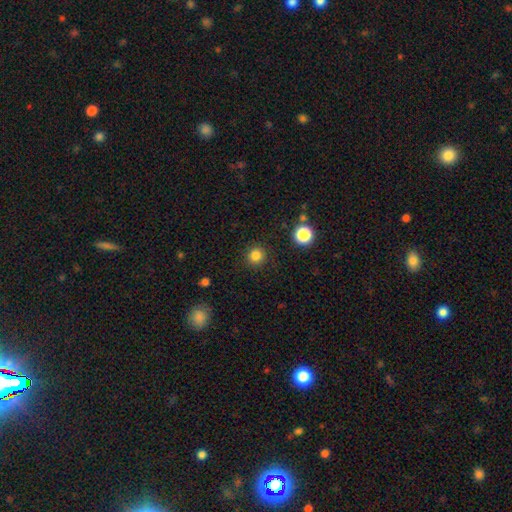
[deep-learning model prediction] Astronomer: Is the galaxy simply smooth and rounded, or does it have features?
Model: smooth — 83%.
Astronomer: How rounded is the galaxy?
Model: round — 95%.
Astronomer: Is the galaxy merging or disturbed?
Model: none — 91%.